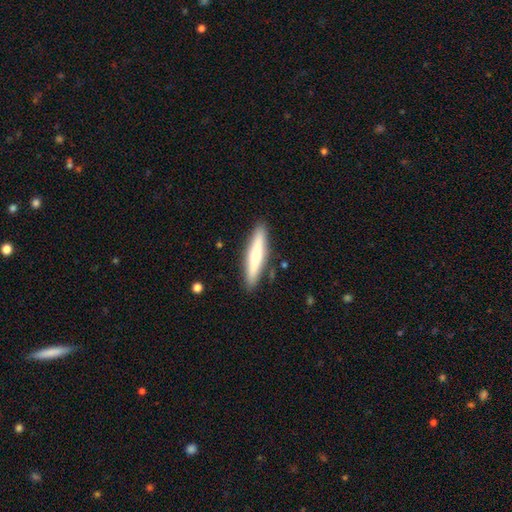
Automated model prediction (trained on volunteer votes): Smooth or featured?
  - smooth: 62% *
  - featured or disk: 32%
  - star or artifact: 6%
How rounded?
  - cigar-shaped: 87% *
  - in between: 12%
  - round: 1%
Merging?
  - none: 88% *
  - minor disturbance: 8%
  - major disturbance: 2%
  - merger: 2%